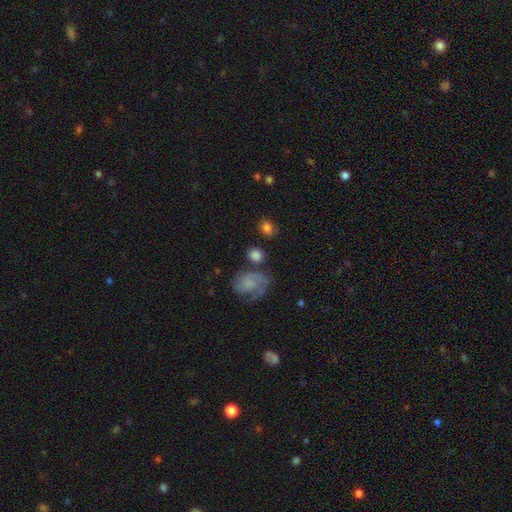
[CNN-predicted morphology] Smooth or featured? smooth (70%)
How rounded? round (66%)
Merging? none (67%)